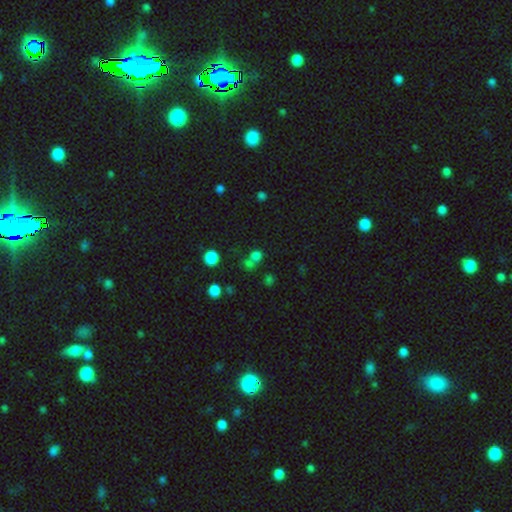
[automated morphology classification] This is likely a smooth galaxy (67%). How rounded: likely round (77%). Merging: possibly none (49%).